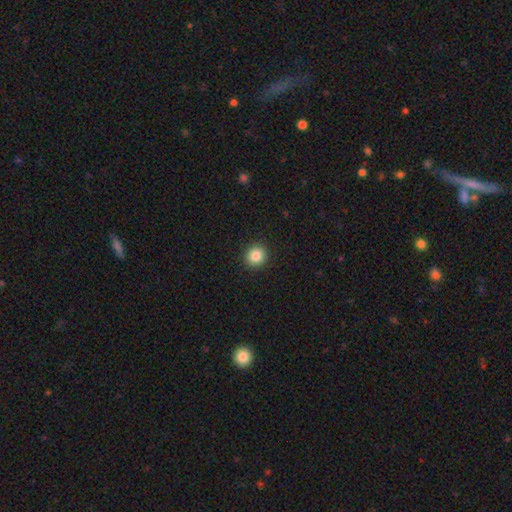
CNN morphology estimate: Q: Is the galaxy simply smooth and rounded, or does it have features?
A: smooth — 86%.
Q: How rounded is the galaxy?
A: round — 89%.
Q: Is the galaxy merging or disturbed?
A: none — 92%.